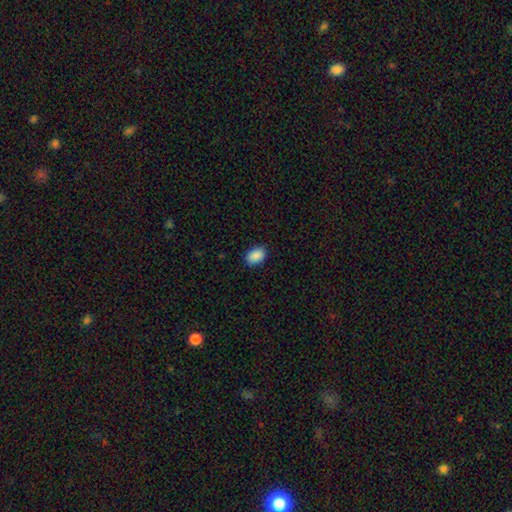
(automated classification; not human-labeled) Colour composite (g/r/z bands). It shows a smooth galaxy with no disk features (89%) that is in between round and cigar-shaped (82%). Merging: none (88%).